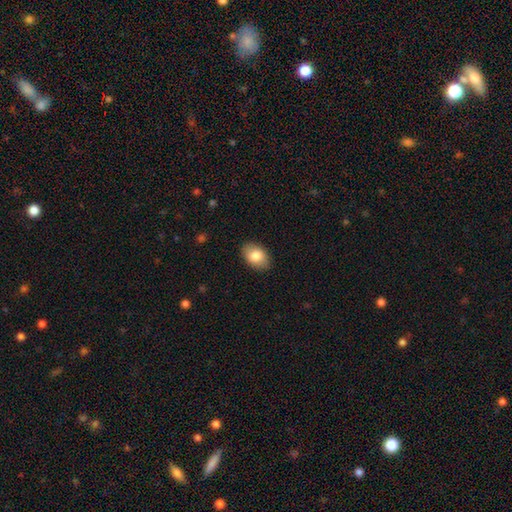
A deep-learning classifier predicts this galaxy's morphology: Q: Smooth or featured?
A: smooth (83%); runner-up: featured or disk (11%)
Q: How rounded?
A: in between (86%); runner-up: round (13%)
Q: Merging?
A: none (88%); runner-up: minor disturbance (9%)